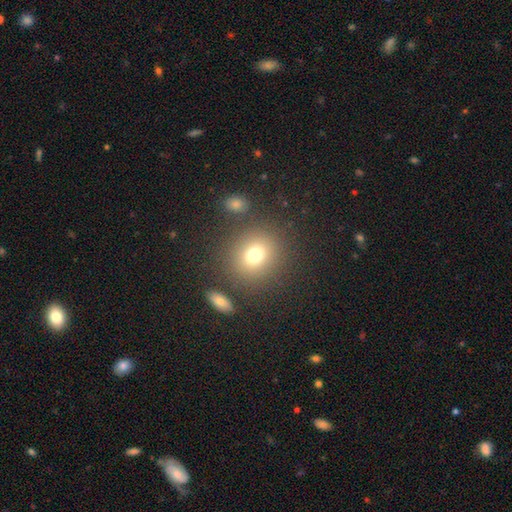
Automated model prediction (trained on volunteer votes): A smooth galaxy with no disk features (67%) that is round (82%). Merging: none (80%).